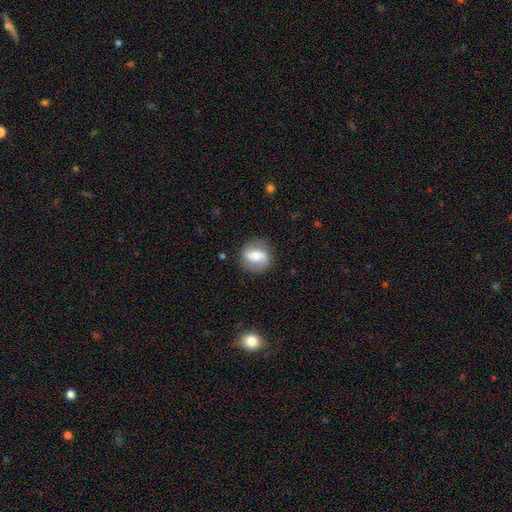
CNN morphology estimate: Overall: featured or disk (51%; smooth 41%). Edge-on disk: no (95%). Merging: none (83%).